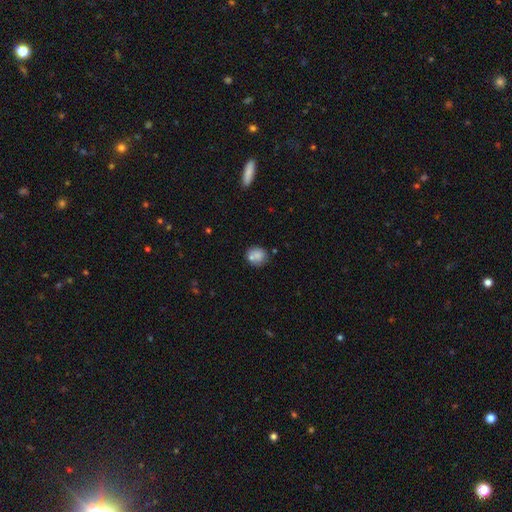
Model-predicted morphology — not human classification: A smooth galaxy with no disk features (77%) that is round (74%). Merging: none (59%).